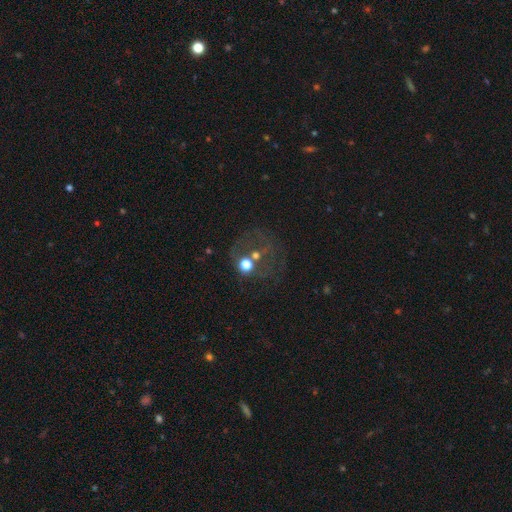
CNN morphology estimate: Smooth or featured? smooth (36%)
Merging? none (47%)